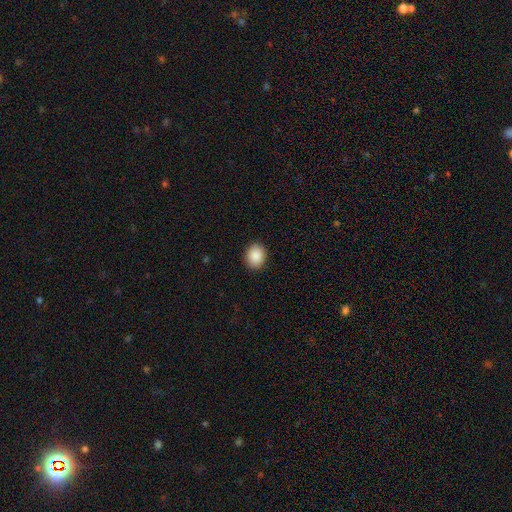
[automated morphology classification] A smooth galaxy with no disk features (88%) that is round (51%).

Vote fractions:
- Smooth or featured? smooth: 88% / star or artifact: 8% / featured or disk: 4%
- How rounded? round: 51% / in between: 48% / cigar-shaped: 1%
- Merging? none: 91% / minor disturbance: 6% / major disturbance: 2% / merger: 1%